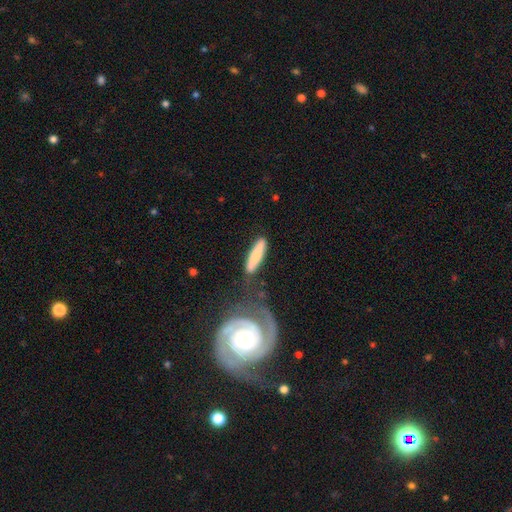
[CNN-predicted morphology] Smooth or featured? Predicted: smooth (p=0.75). How rounded? Predicted: cigar-shaped (p=0.85). Merging? Predicted: none (p=0.72).